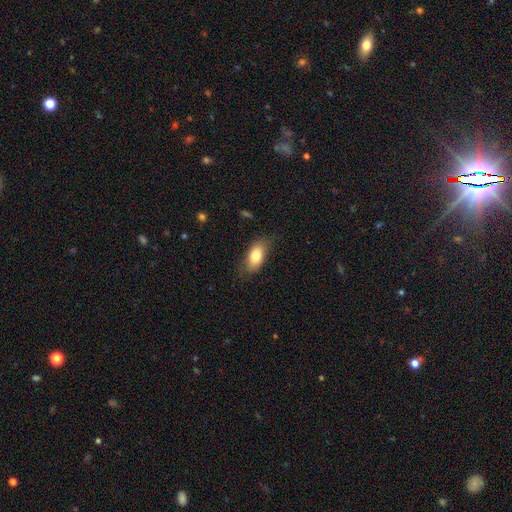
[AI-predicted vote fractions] Smooth or featured? Predicted: smooth (p=0.80). How rounded? Predicted: in between (p=0.88). Merging? Predicted: none (p=0.74).